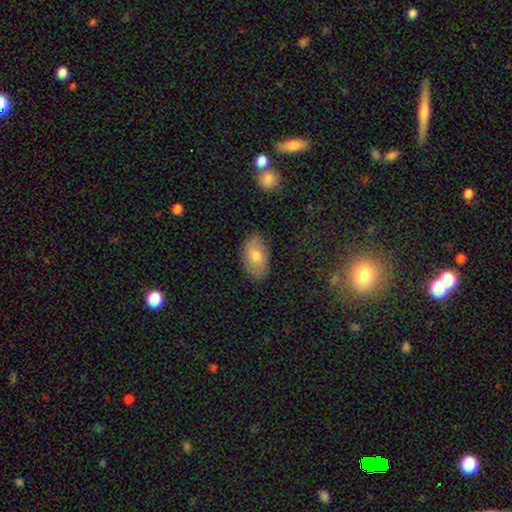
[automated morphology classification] This appears to be a smooth galaxy with no disk features (68%) that is in between round and cigar-shaped (92%). Merging: none (84%).